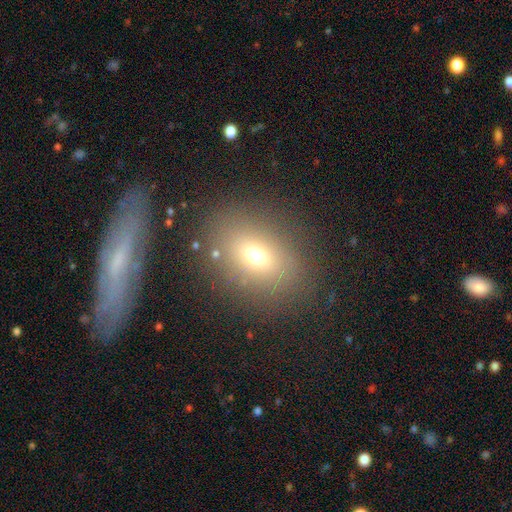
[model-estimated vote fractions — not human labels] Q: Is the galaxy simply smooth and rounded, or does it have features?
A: smooth — 68%.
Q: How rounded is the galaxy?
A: in between — 65%.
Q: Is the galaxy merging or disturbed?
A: none — 81%.